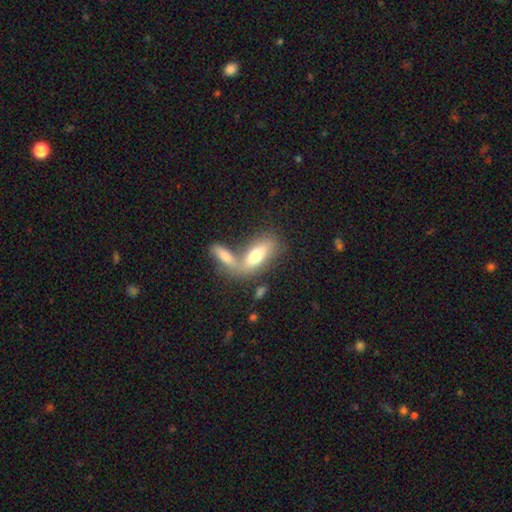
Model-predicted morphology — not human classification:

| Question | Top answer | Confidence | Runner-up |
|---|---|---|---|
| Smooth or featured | smooth | 69% | featured or disk (24%) |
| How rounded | in between | 76% | cigar-shaped (21%) |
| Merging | merger | 52% | none (33%) |